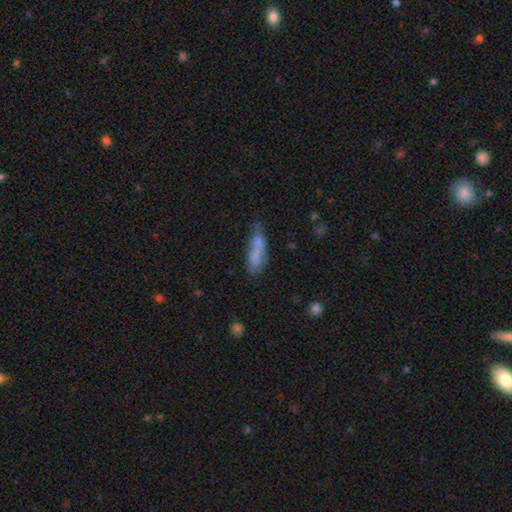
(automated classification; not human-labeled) The model was most divided on "how rounded": in between: 49%, cigar-shaped: 47%, round: 4%. Remaining: smooth or featured — smooth (66%); merging — merger (38%).